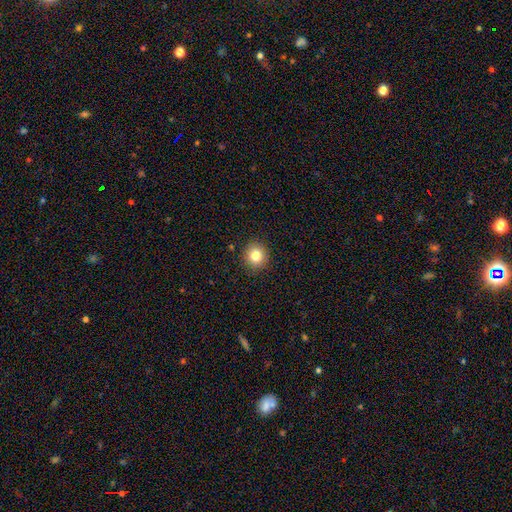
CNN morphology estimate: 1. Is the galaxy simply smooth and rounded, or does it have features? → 81% smooth, 11% star or artifact, 8% featured or disk.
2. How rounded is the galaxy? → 90% round, 9% in between, 1% cigar-shaped.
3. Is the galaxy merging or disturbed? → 91% none, 6% minor disturbance, 2% major disturbance, 1% merger.